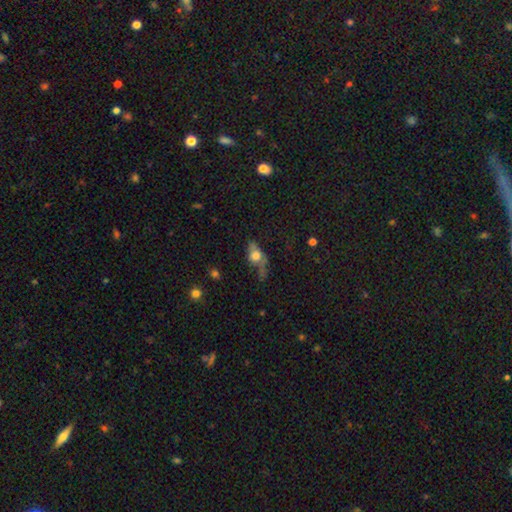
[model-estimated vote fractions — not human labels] The model was most divided on "merging" (2-way tie): major disturbance: 34%, none: 34%, minor disturbance: 25%, merger: 6%. More confident: how rounded — in between (66%); smooth or featured — smooth (56%).